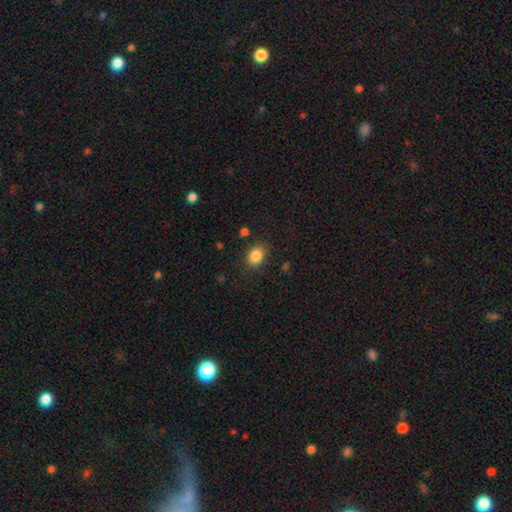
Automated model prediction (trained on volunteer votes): smooth_or_featured: smooth (p=0.86) [alt: star or artifact p=0.09]
how_rounded: in between (p=0.62) [alt: round p=0.37]
merging: none (p=0.81) [alt: minor disturbance p=0.13]